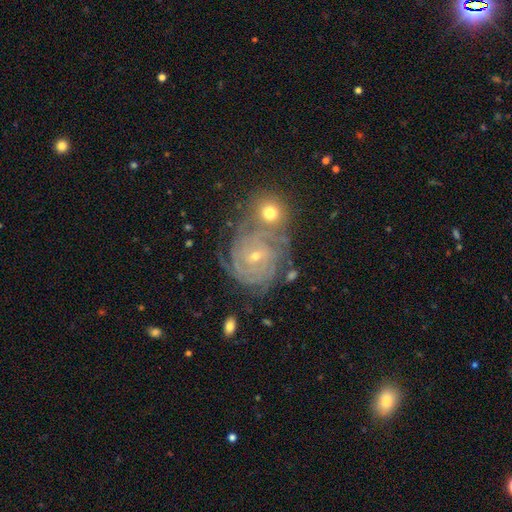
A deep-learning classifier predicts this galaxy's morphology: This is likely a featured or disk galaxy (65%). It is clearly not viewed edge-on (96%). Bar: likely no (71%). Spiral arm pattern: clearly yes (87%). Spiral arm count: marginally can't tell (41%). Spiral winding: likely tight (75%). Central bulge: likely small (71%). Merging: likely none (62%).